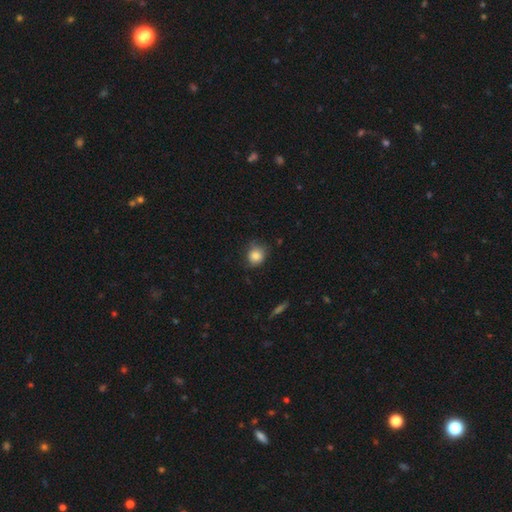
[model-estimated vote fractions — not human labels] Smooth or featured: smooth — 85% (star or artifact — 9%)
How rounded: round — 79% (in between — 20%)
Merging: none — 67% (minor disturbance — 26%)